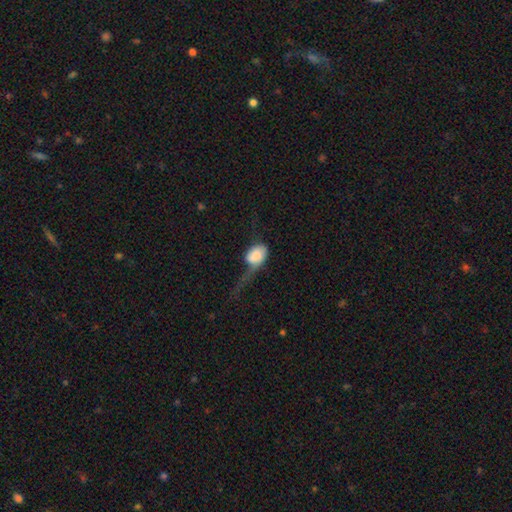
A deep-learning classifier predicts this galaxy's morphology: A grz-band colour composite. It shows a smooth galaxy with no disk features (71%) that is in between round and cigar-shaped (74%). Merging: major disturbance (57%).